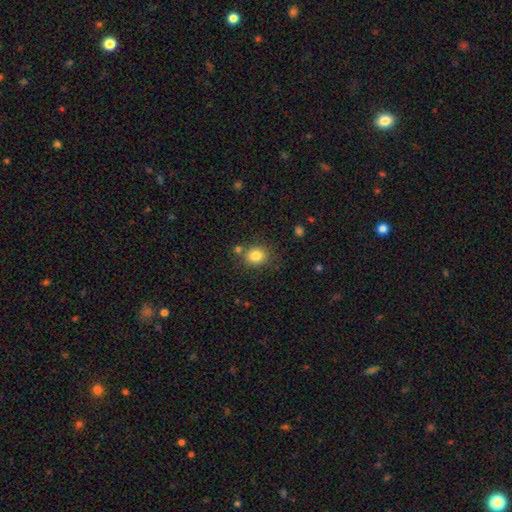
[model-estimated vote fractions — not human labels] Smooth or featured? smooth (83%)
How rounded? round (69%)
Merging? none (73%)